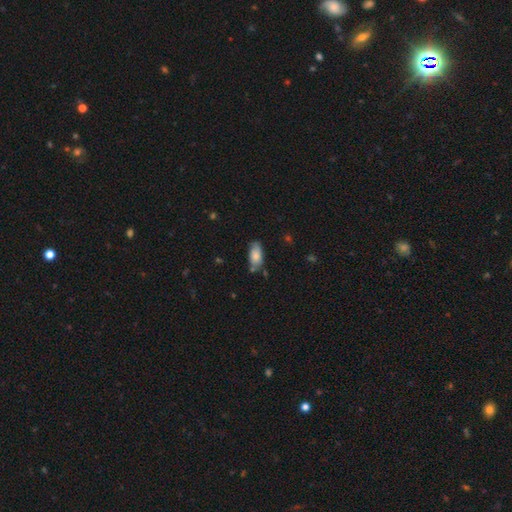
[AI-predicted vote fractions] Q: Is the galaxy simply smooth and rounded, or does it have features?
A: smooth — 77%.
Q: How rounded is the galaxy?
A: in between — 90%.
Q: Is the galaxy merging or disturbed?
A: none — 61%.